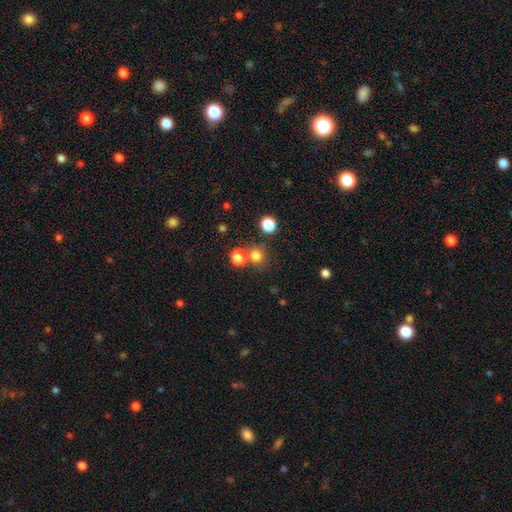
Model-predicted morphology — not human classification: A smooth galaxy with no disk features (77%) that is round (88%).

Vote fractions:
- Smooth or featured? smooth: 77% / star or artifact: 17% / featured or disk: 6%
- How rounded? round: 88% / in between: 11% / cigar-shaped: 1%
- Merging? none: 70% / merger: 18% / minor disturbance: 8% / major disturbance: 4%